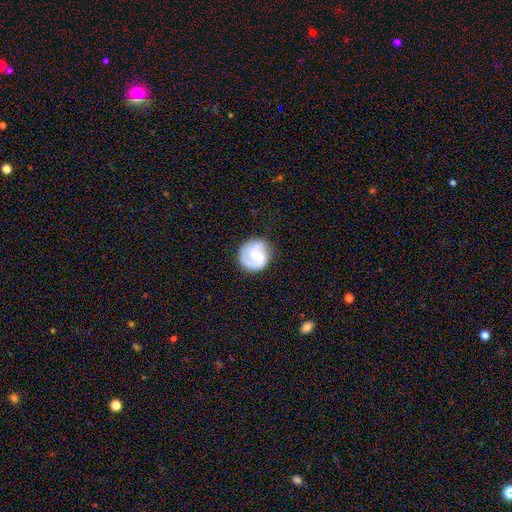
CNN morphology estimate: smooth_or_featured: featured or disk (p=0.75) [alt: smooth p=0.20]
disk_edge_on: no (p=0.98) [alt: yes p=0.02]
bar: weak (p=0.51) [alt: no p=0.34]
has_spiral_arms: yes (p=0.94) [alt: no p=0.06]
spiral_winding: medium (p=0.45) [alt: tight p=0.36]
spiral_arm_count: 2 (p=0.73) [alt: 1 p=0.10]
bulge_size: small (p=0.51) [alt: moderate p=0.38]
merging: none (p=0.77) [alt: minor disturbance p=0.15]